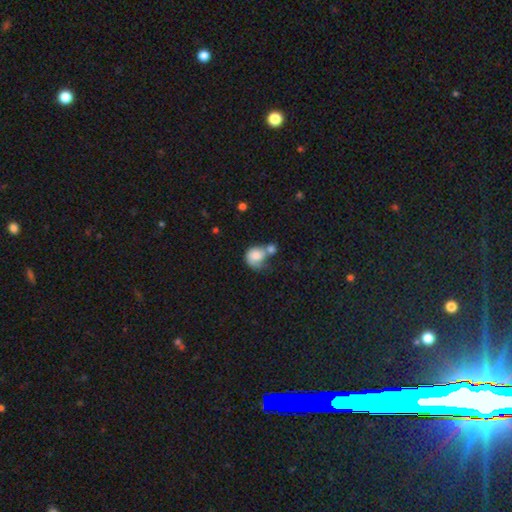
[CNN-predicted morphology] Q: Smooth or featured?
A: smooth (78%); runner-up: featured or disk (14%)
Q: How rounded?
A: round (64%); runner-up: in between (35%)
Q: Merging?
A: merger (51%); runner-up: none (21%)